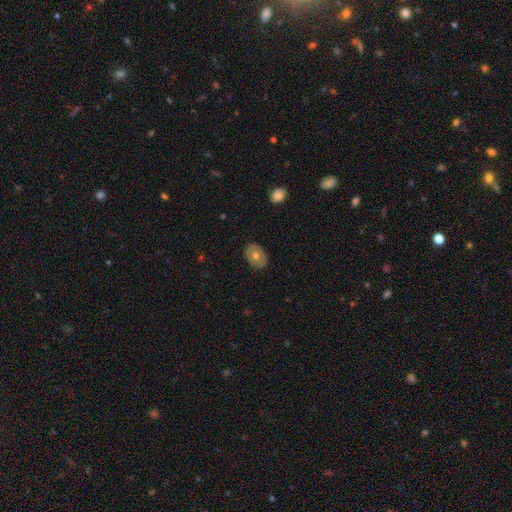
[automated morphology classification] smooth-or-featured: smooth: 56% | featured or disk: 38% | star or artifact: 7%
  how-rounded: in between: 70% | round: 29% | cigar-shaped: 1%
  merging: none: 87% | minor disturbance: 10% | major disturbance: 2% | merger: 1%